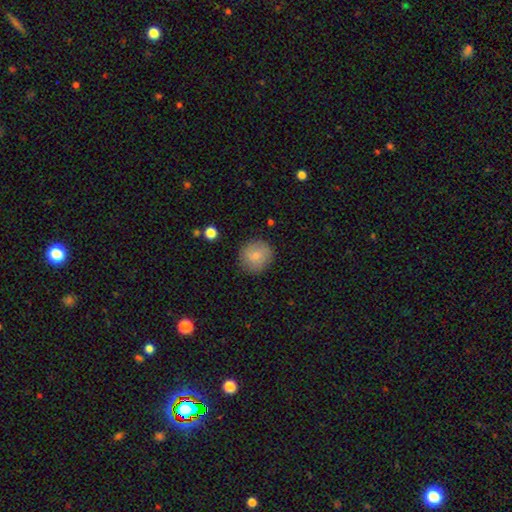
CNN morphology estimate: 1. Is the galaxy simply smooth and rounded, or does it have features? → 77% smooth, 15% featured or disk, 8% star or artifact.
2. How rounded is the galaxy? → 90% round, 9% in between, 1% cigar-shaped.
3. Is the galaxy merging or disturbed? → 84% none, 12% minor disturbance, 3% major disturbance, 1% merger.